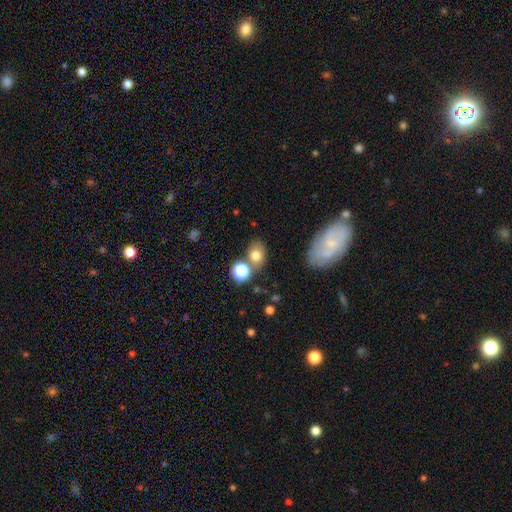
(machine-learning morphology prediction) smooth 74%, star or artifact 14%, featured or disk 12%. Down the decision tree: how rounded — in between (56%); merging — none (62%).